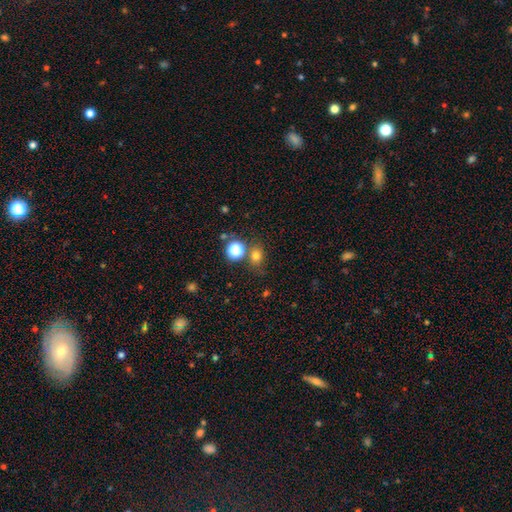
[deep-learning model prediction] This is likely a smooth galaxy (74%). How rounded: likely round (63%). Merging: likely none (70%).